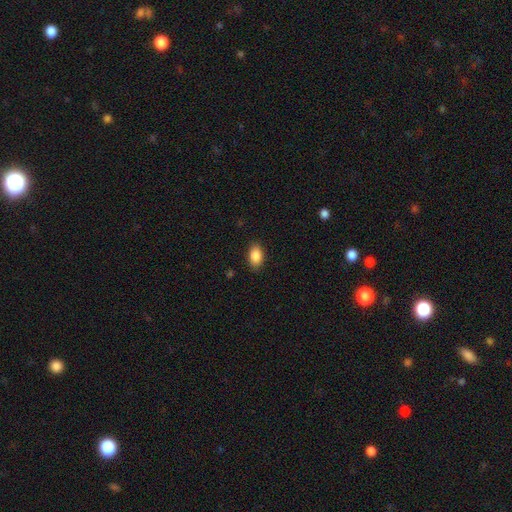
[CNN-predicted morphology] Smooth or featured?
  - smooth: 88% *
  - star or artifact: 7%
  - featured or disk: 5%
How rounded?
  - in between: 91% *
  - round: 7%
  - cigar-shaped: 2%
Merging?
  - none: 87% *
  - minor disturbance: 10%
  - major disturbance: 2%
  - merger: 1%